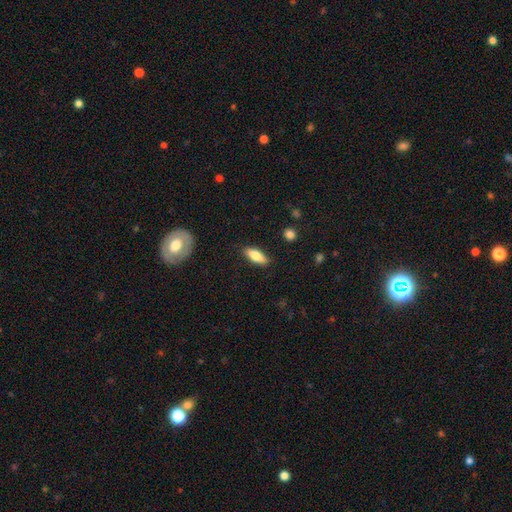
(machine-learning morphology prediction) Smooth or featured? Predicted: smooth (p=0.74). How rounded? Predicted: in between (p=0.67). Merging? Predicted: none (p=0.87).